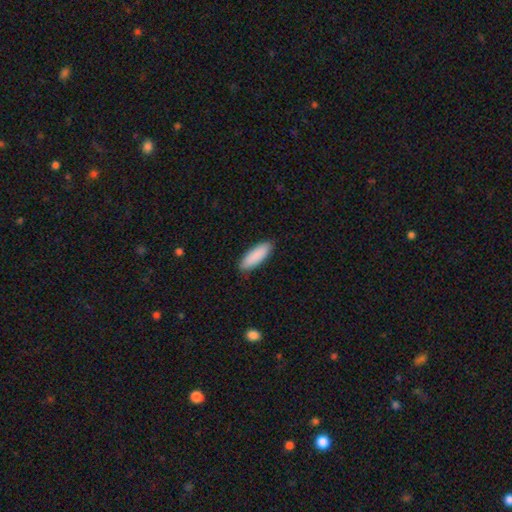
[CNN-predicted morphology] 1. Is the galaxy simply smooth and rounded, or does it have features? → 90% smooth, 5% star or artifact, 5% featured or disk.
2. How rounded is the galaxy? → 60% in between, 39% cigar-shaped, 1% round.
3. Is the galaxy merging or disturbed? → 88% none, 10% minor disturbance, 2% major disturbance, 1% merger.